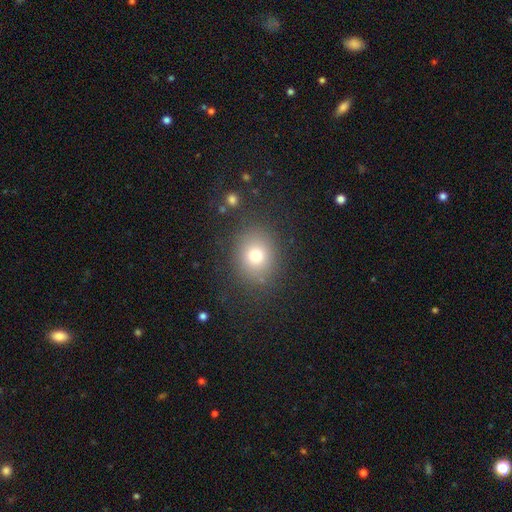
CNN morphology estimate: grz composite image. It shows a smooth galaxy with no disk features (74%) that is round (71%). Merging: none (84%).